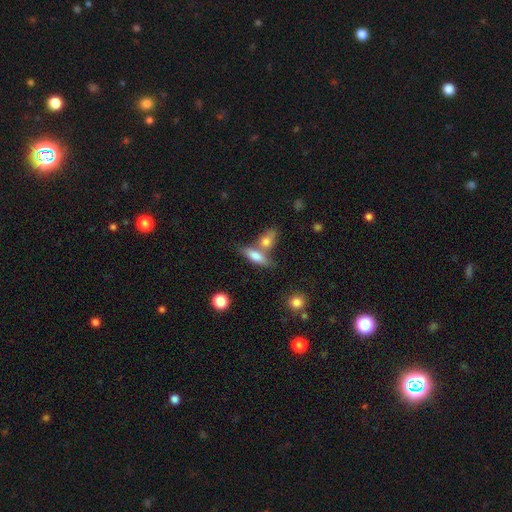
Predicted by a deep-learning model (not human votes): The model was most divided on "merging": none: 47%, merger: 38%, minor disturbance: 11%, major disturbance: 4%. More confident: smooth or featured — smooth (71%); how rounded — in between (56%).